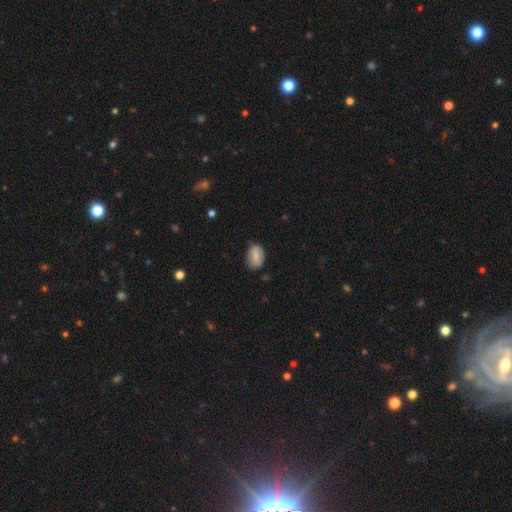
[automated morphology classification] smooth 76%, featured or disk 17%, star or artifact 7%. Down the decision tree: how rounded — in between (87%); merging — none (72%).